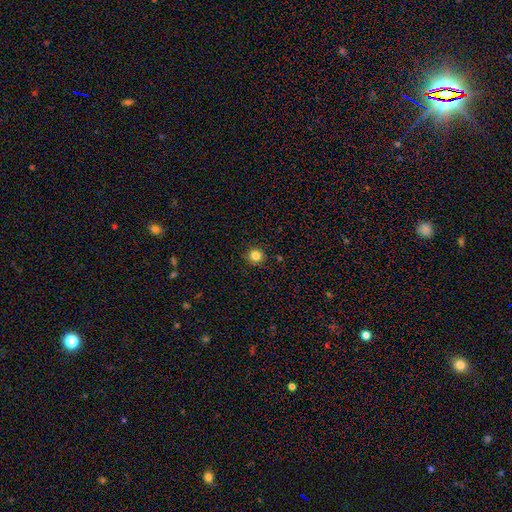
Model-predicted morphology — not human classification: Smooth or featured: smooth — 83% (star or artifact — 12%)
How rounded: round — 94% (in between — 5%)
Merging: none — 91% (minor disturbance — 6%)